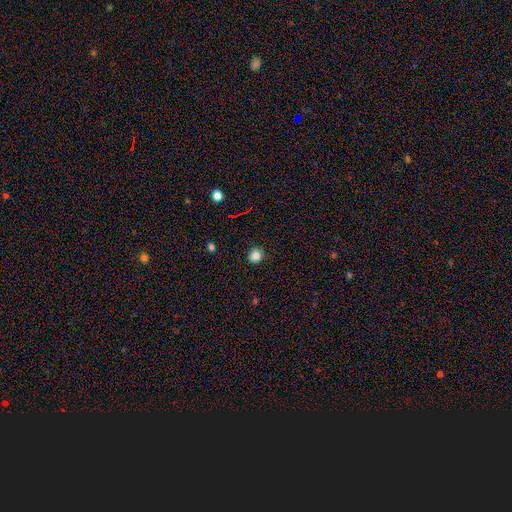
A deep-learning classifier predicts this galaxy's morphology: Smooth or featured? smooth (82%)
How rounded? round (86%)
Merging? none (89%)